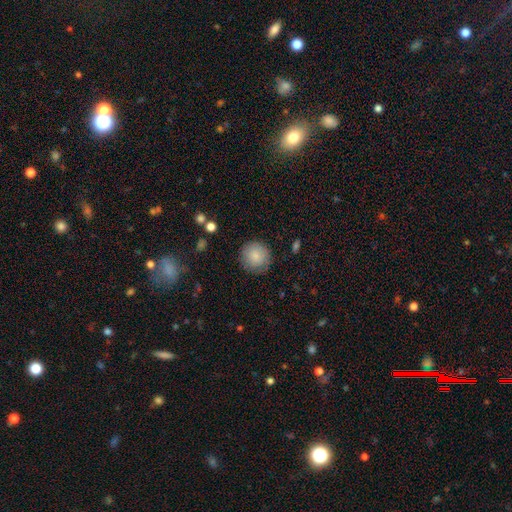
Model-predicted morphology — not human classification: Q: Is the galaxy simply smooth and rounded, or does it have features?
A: smooth — 84%.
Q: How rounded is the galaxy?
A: round — 93%.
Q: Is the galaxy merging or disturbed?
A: none — 83%.